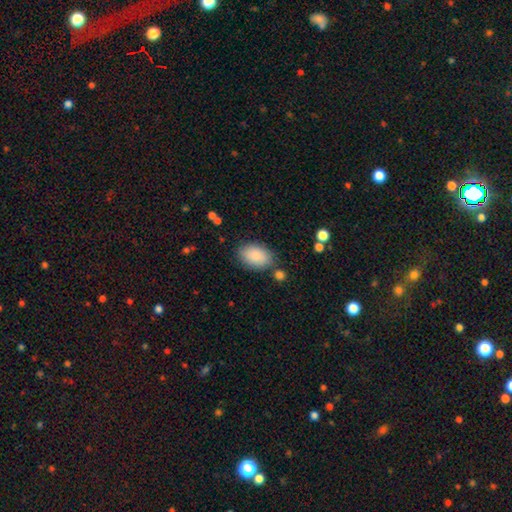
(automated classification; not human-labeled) This is clearly a smooth galaxy (88%). How rounded: clearly in between (91%). Merging: likely none (77%).